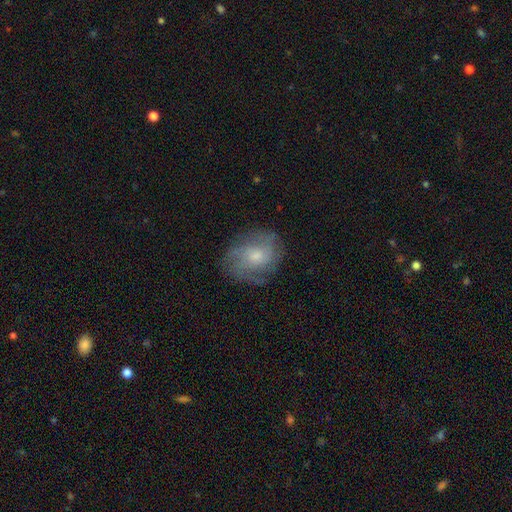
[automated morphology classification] This is likely a featured or disk galaxy (61%). It is clearly not viewed edge-on (97%). Bar: likely no (73%). Spiral arm pattern: clearly yes (85%). Spiral arm count: marginally can't tell (38%). Spiral winding: marginally medium (42%). Central bulge: possibly moderate (45%). Merging: likely none (71%).